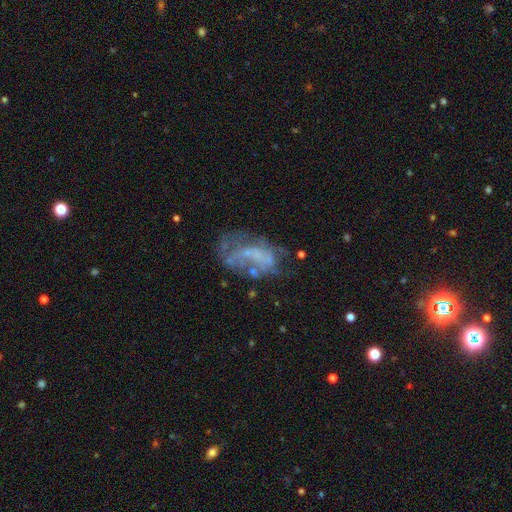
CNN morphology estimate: smooth-or-featured: featured or disk: 60% | smooth: 26% | star or artifact: 15%
  disk-edge-on: no: 97% | yes: 3%
    bar: no: 81% | weak: 14% | strong: 5%
    has-spiral-arms: no: 80% | yes: 20%
    bulge-size: none: 69% | small: 19% | moderate: 9% | large: 2% | dominant: 1%
  merging: none: 37% | major disturbance: 33% | minor disturbance: 20% | merger: 10%